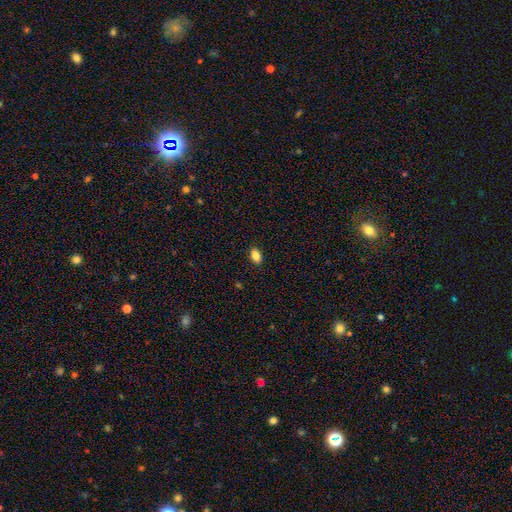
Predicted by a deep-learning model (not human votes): A smooth galaxy with no disk features (85%) that is in between round and cigar-shaped (88%).

Vote fractions:
- Smooth or featured? smooth: 85% / star or artifact: 9% / featured or disk: 6%
- How rounded? in between: 88% / round: 10% / cigar-shaped: 2%
- Merging? none: 89% / minor disturbance: 8% / major disturbance: 2% / merger: 1%